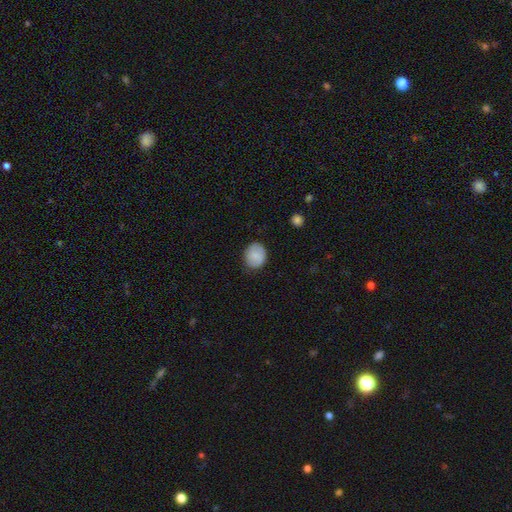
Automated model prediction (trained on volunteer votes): Smooth or featured? smooth (80%)
How rounded? round (66%)
Merging? none (83%)